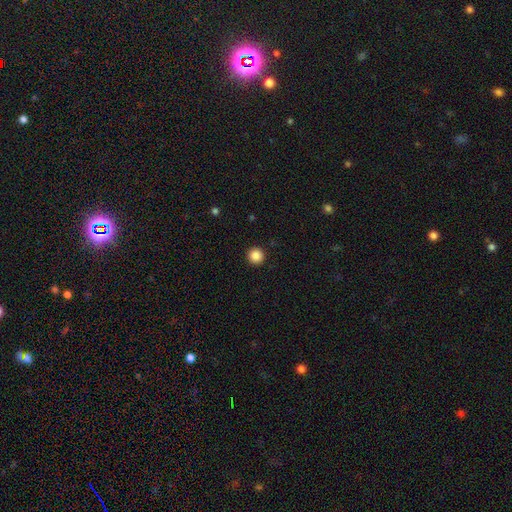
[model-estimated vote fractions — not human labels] Smooth or featured: smooth — 87% (star or artifact — 10%)
How rounded: round — 96% (in between — 3%)
Merging: none — 94% (minor disturbance — 4%)